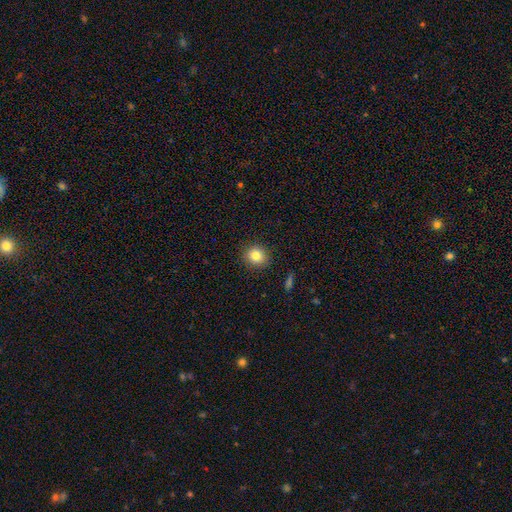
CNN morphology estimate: smooth 82%, star or artifact 11%, featured or disk 7%. Down the decision tree: how rounded — round (83%); merging — none (90%).